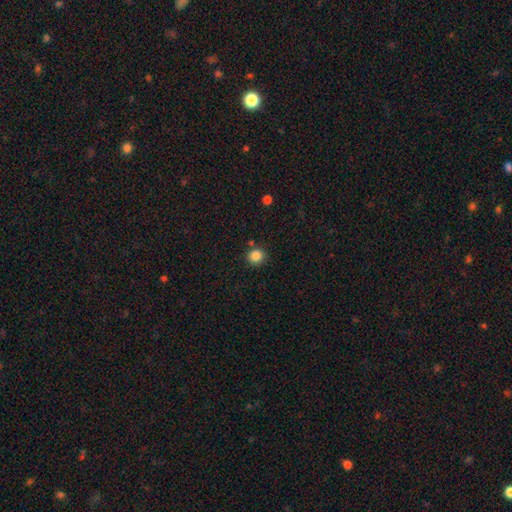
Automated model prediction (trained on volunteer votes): Morphology: type=smooth (85%); roundness=round (90%); merging=none (85%).